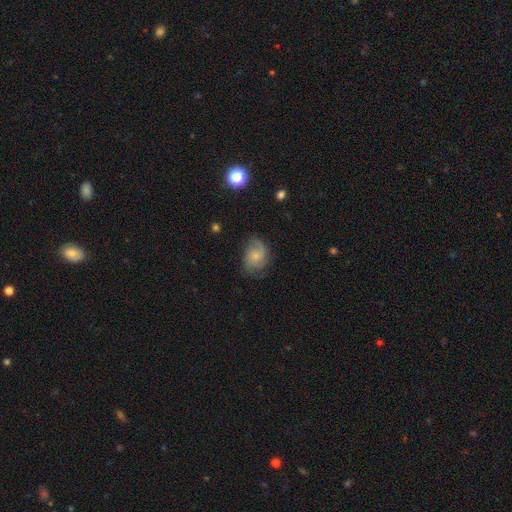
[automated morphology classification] Smooth or featured? Predicted: featured or disk (p=0.64). Edge-on disk? Predicted: no (p=0.97). Bar? Predicted: no (p=0.75). Spiral arms? Predicted: yes (p=0.92). Spiral winding? Predicted: medium (p=0.43). Spiral arm count? Predicted: 2 (p=0.43). Bulge size? Predicted: small (p=0.68). Merging? Predicted: none (p=0.63).